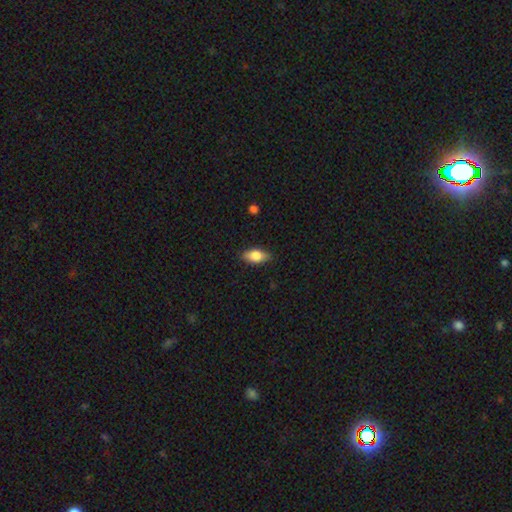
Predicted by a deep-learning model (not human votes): Smooth or featured? smooth (78%)
How rounded? in between (87%)
Merging? none (85%)